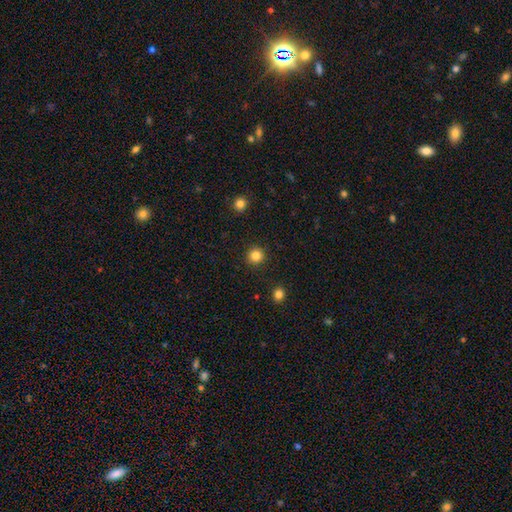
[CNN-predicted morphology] A smooth galaxy with no disk features (84%) that is round (94%). Merging: none (92%).